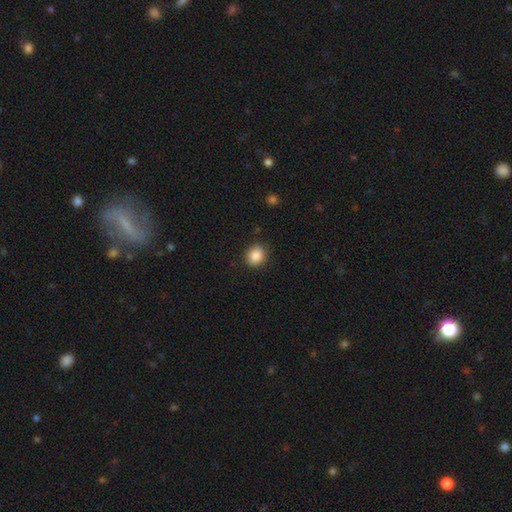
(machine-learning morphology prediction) smooth 88%, star or artifact 9%, featured or disk 4%. Down the decision tree: how rounded — round (71%); merging — none (87%).